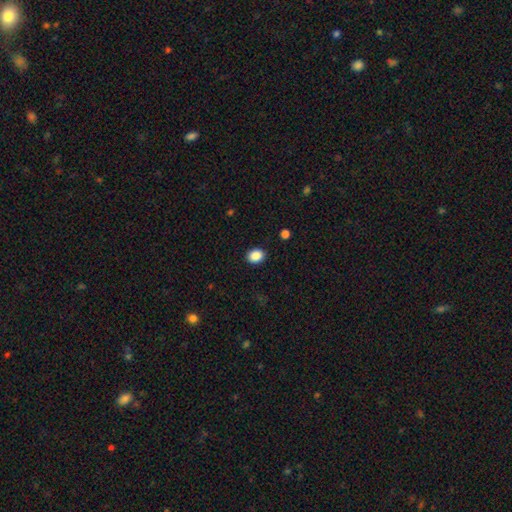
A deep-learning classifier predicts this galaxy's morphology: Q: Smooth or featured?
A: smooth (88%); runner-up: star or artifact (9%)
Q: How rounded?
A: round (51%); runner-up: in between (48%)
Q: Merging?
A: none (89%); runner-up: minor disturbance (8%)